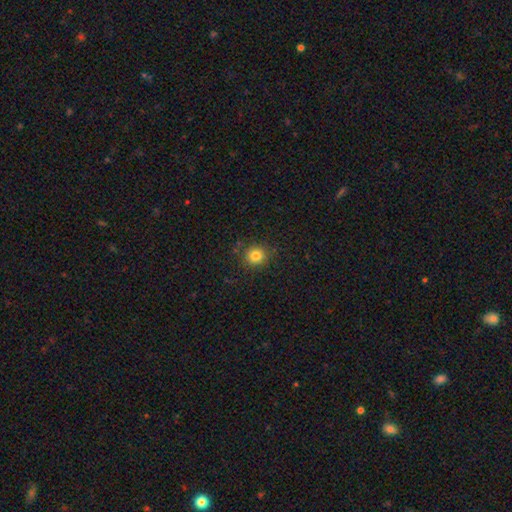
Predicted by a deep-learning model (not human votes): Smooth or featured? smooth (81%)
How rounded? round (90%)
Merging? none (87%)